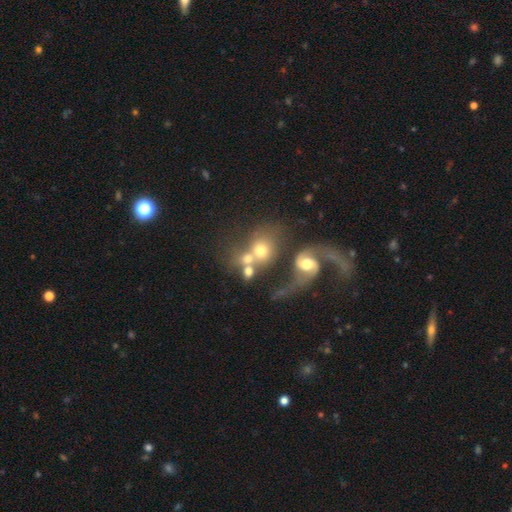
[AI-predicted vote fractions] This appears to be a featured or disk galaxy (53%) with no bar (69%), spiral arms (67%) and a moderate central bulge (51%). Merging: merger (57%).